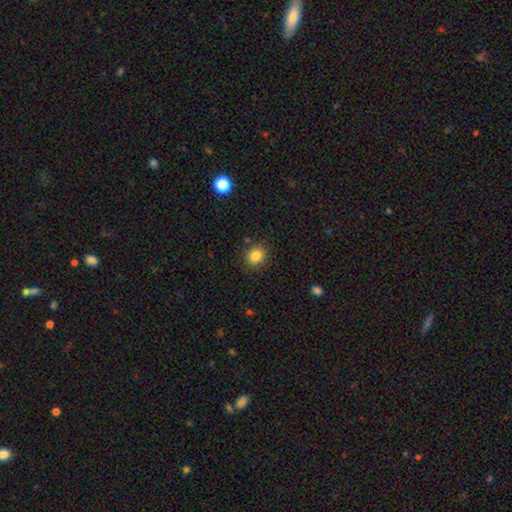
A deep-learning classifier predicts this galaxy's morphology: smooth-or-featured: smooth: 84% | star or artifact: 11% | featured or disk: 5%
  how-rounded: round: 72% | in between: 27% | cigar-shaped: 1%
  merging: none: 85% | minor disturbance: 10% | major disturbance: 3% | merger: 2%